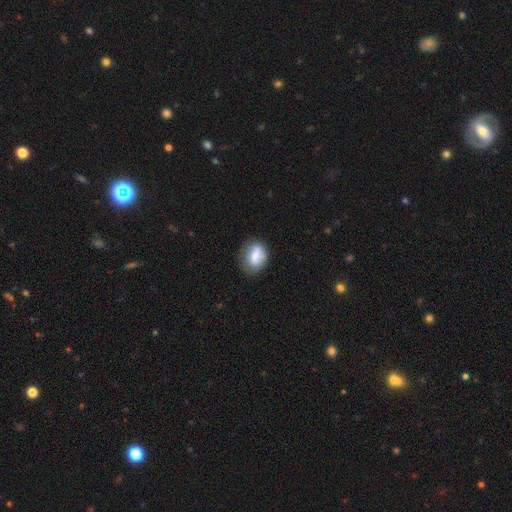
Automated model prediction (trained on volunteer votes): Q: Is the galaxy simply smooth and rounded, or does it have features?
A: smooth — 75%.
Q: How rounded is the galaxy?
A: in between — 67%.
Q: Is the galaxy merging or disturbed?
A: none — 67%.